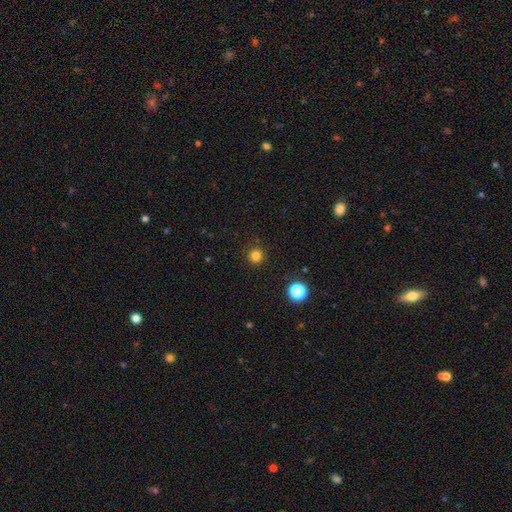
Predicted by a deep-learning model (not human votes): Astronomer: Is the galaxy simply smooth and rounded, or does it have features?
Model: smooth — 81%.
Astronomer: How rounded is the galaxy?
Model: round — 94%.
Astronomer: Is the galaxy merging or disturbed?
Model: none — 89%.